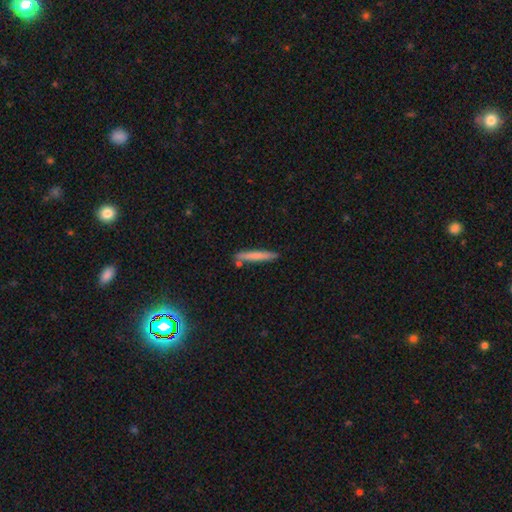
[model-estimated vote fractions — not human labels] This appears to be a smooth galaxy with no disk features (73%) that is cigar-shaped (96%). Merging: none (84%).